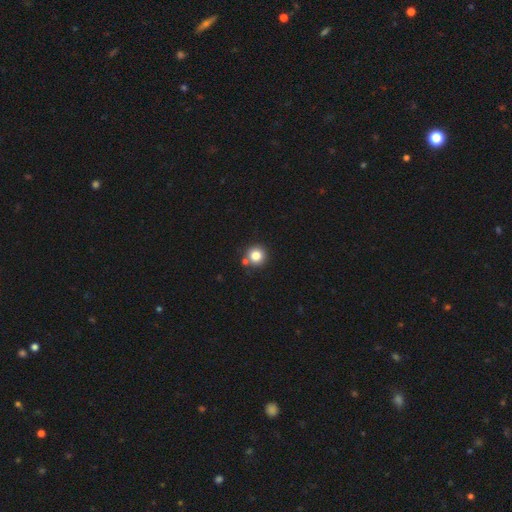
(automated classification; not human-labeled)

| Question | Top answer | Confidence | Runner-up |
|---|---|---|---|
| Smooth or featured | smooth | 82% | star or artifact (11%) |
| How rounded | round | 94% | in between (5%) |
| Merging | none | 79% | merger (10%) |